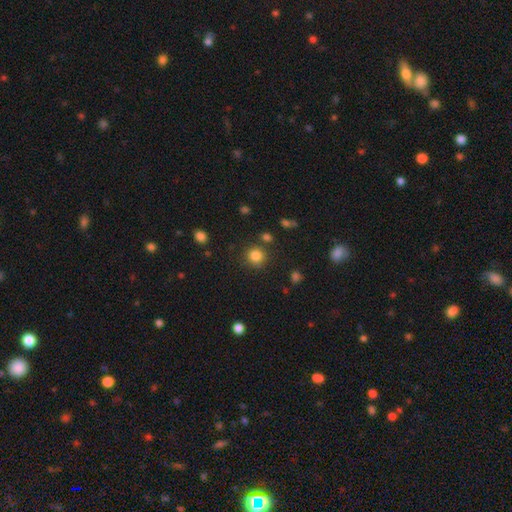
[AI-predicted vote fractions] Overall: smooth (83%). How rounded: round (92%). Merging: none (83%).